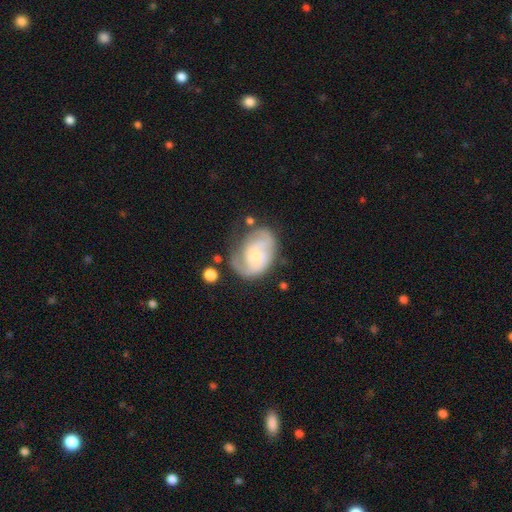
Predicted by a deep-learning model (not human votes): Q: Smooth or featured?
A: featured or disk (73%); runner-up: smooth (21%)
Q: Edge-on disk?
A: no (97%); runner-up: yes (3%)
Q: Bar?
A: no (64%); runner-up: weak (31%)
Q: Spiral arms?
A: yes (89%); runner-up: no (11%)
Q: Spiral winding?
A: tight (44%); runner-up: medium (40%)
Q: Spiral arm count?
A: 2 (56%); runner-up: can't tell (22%)
Q: Bulge size?
A: small (53%); runner-up: moderate (38%)
Q: Merging?
A: none (53%); runner-up: minor disturbance (27%)